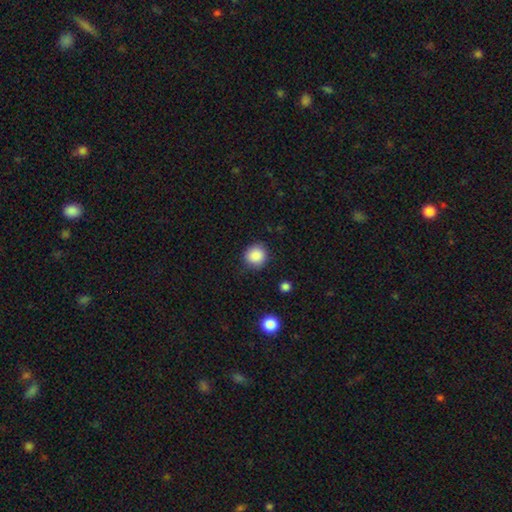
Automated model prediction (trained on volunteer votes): A smooth galaxy with no disk features (88%) that is round (90%). Merging: none (85%).